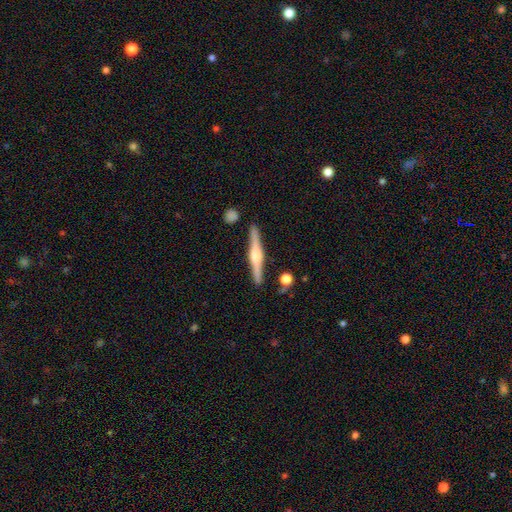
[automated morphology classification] Smooth or featured?
  - featured or disk: 79% *
  - smooth: 16%
  - star or artifact: 5%
Edge-on disk?
  - yes: 98% *
  - no: 2%
Edge-on bulge?
  - rounded: 81% *
  - boxy: 15%
  - none: 4%
Merging?
  - none: 88% *
  - minor disturbance: 8%
  - merger: 2%
  - major disturbance: 2%